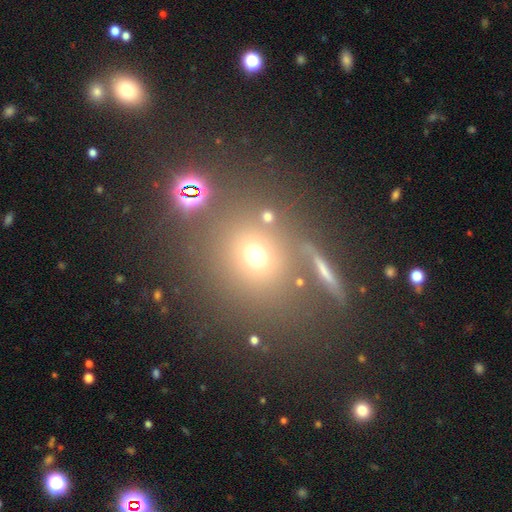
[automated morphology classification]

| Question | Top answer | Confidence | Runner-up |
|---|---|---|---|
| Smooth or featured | smooth | 64% | star or artifact (24%) |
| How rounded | round | 82% | in between (16%) |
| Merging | none | 73% | merger (11%) |